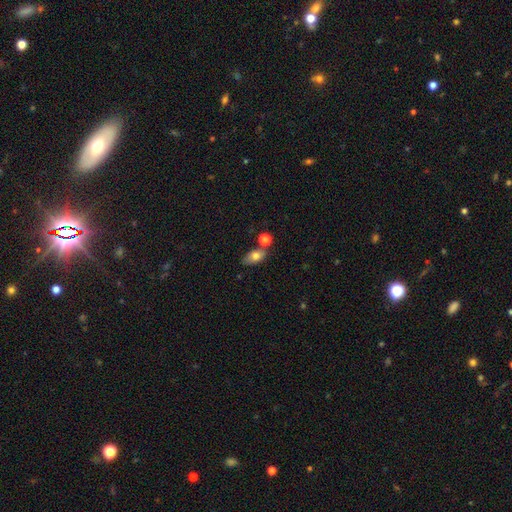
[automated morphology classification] This is likely a smooth galaxy (73%). How rounded: clearly in between (83%). Merging: likely none (61%).